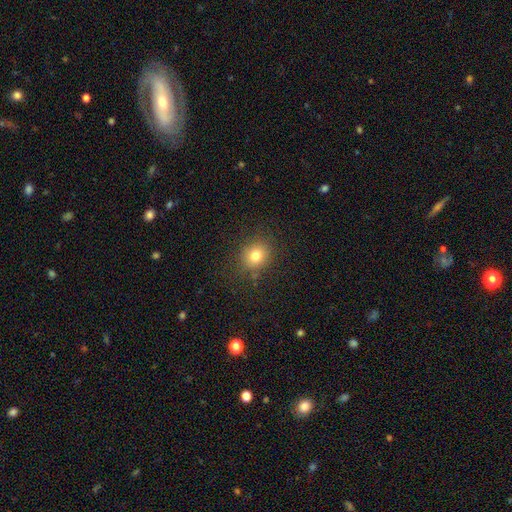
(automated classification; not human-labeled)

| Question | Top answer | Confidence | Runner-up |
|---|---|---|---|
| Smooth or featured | smooth | 77% | star or artifact (14%) |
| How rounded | round | 71% | in between (28%) |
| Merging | none | 83% | minor disturbance (11%) |